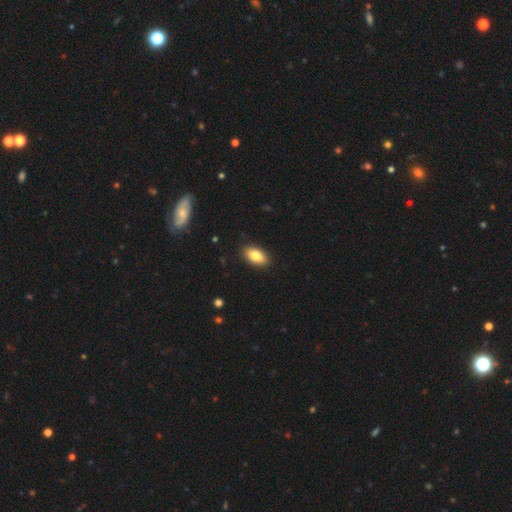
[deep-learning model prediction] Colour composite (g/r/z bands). It shows a smooth galaxy with no disk features (82%) that is in between round and cigar-shaped (91%). Merging: none (90%).